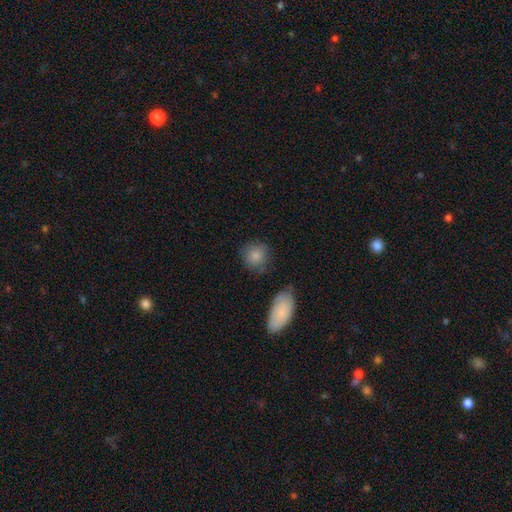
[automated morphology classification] The model was most divided on "merging": none: 73%, minor disturbance: 16%, merger: 6%, major disturbance: 5%. More confident: smooth or featured — smooth (84%); how rounded — round (83%).